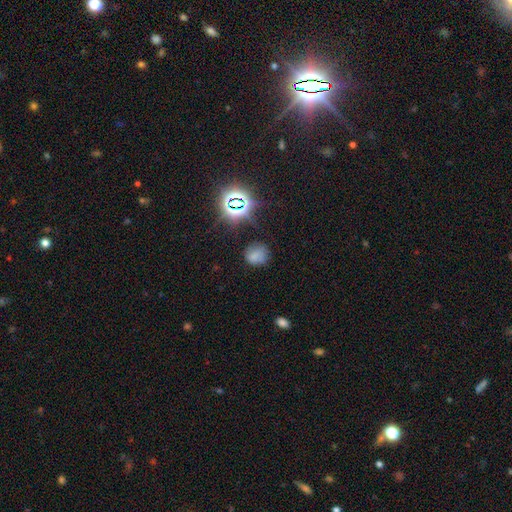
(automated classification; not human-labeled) smooth-or-featured: smooth: 63% | star or artifact: 26% | featured or disk: 11%
  how-rounded: round: 73% | in between: 26% | cigar-shaped: 1%
  merging: none: 69% | minor disturbance: 20% | major disturbance: 8% | merger: 3%